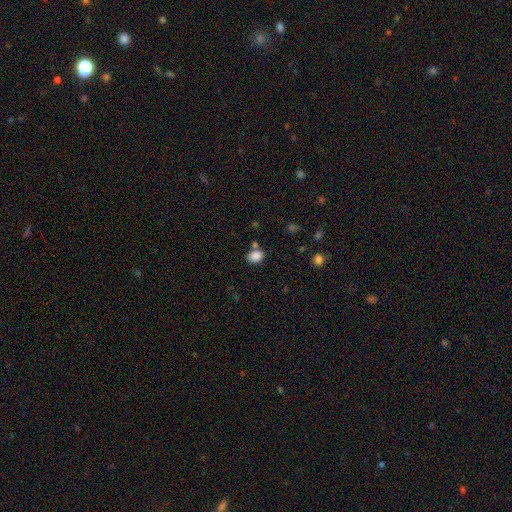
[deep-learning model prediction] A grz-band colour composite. It shows a smooth galaxy with no disk features (86%) that is in between round and cigar-shaped (59%). Merging: none (69%).